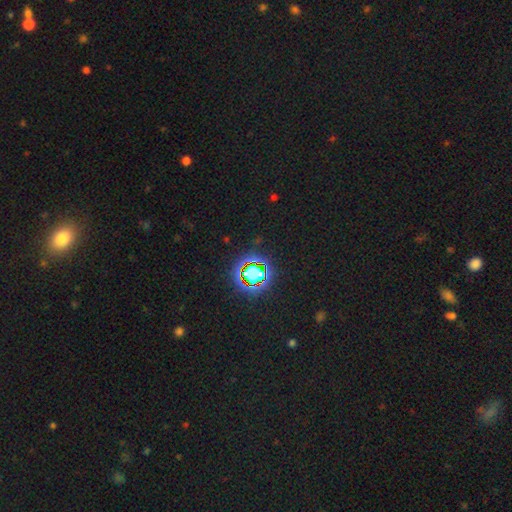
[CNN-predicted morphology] star or artifact 80%, smooth 14%, featured or disk 7%.